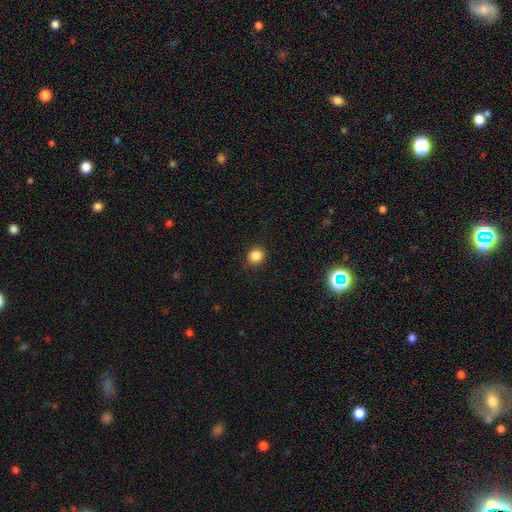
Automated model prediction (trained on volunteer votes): smooth 86%, star or artifact 10%, featured or disk 3%. Down the decision tree: how rounded — round (82%); merging — none (89%).